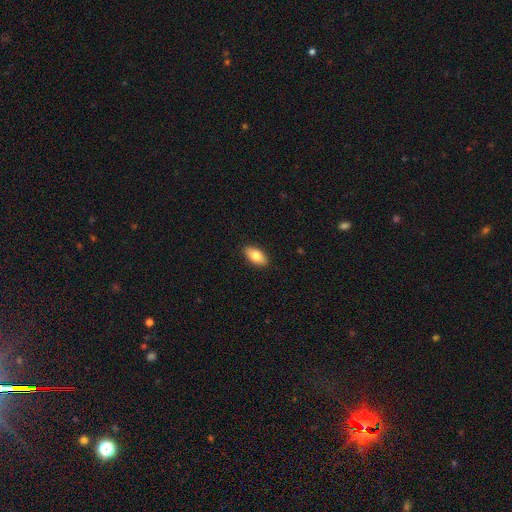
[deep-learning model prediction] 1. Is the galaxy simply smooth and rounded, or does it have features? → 78% smooth, 16% featured or disk, 6% star or artifact.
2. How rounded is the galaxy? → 91% in between, 5% cigar-shaped, 4% round.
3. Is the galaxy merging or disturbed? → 90% none, 8% minor disturbance, 2% major disturbance, 1% merger.